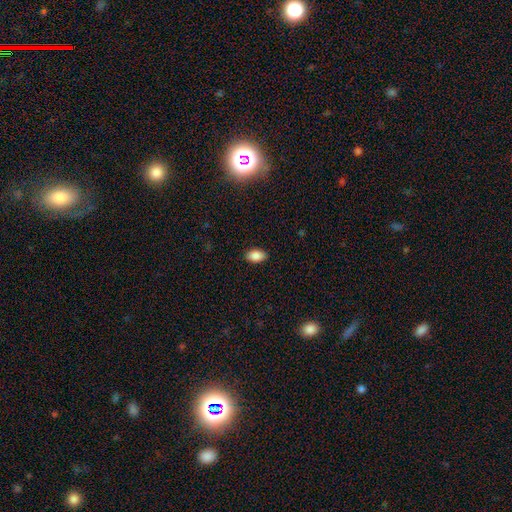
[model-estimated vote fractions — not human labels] smooth_or_featured: smooth (p=0.87) [alt: star or artifact p=0.08]
how_rounded: in between (p=0.91) [alt: round p=0.07]
merging: none (p=0.88) [alt: minor disturbance p=0.09]